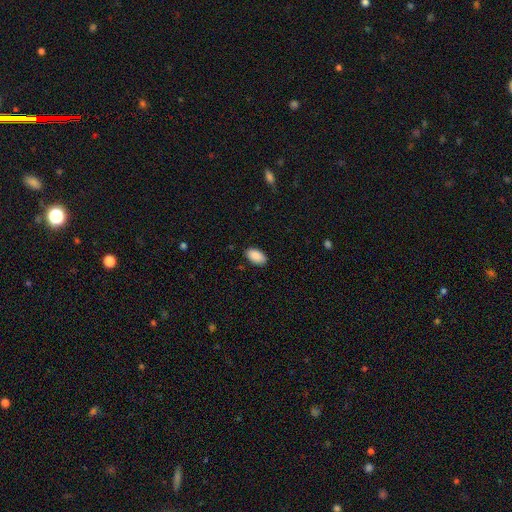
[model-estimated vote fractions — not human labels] This appears to be a smooth galaxy with no disk features (90%) that is in between round and cigar-shaped (95%). Merging: none (87%).